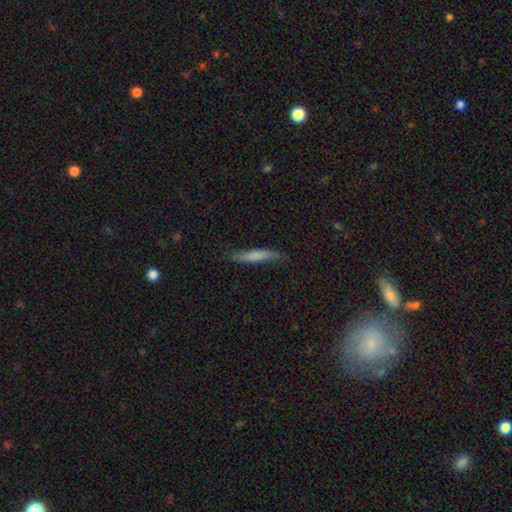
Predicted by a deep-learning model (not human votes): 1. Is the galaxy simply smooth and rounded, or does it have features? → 71% smooth, 23% featured or disk, 6% star or artifact.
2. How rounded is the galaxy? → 91% cigar-shaped, 7% in between, 1% round.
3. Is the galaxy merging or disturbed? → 79% none, 17% minor disturbance, 3% major disturbance, 1% merger.